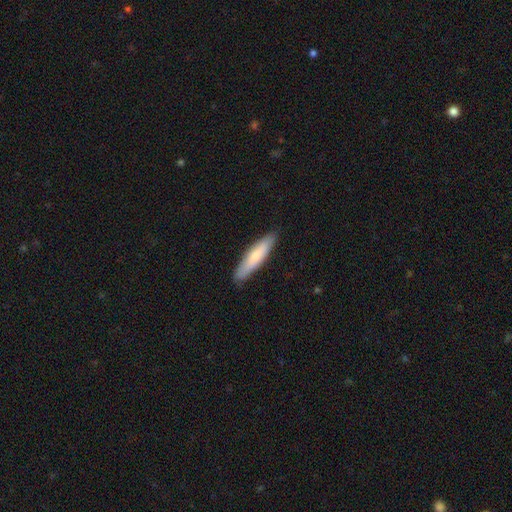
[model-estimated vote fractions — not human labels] Smooth or featured? Predicted: smooth (p=0.70). How rounded? Predicted: cigar-shaped (p=0.80). Merging? Predicted: none (p=0.88).